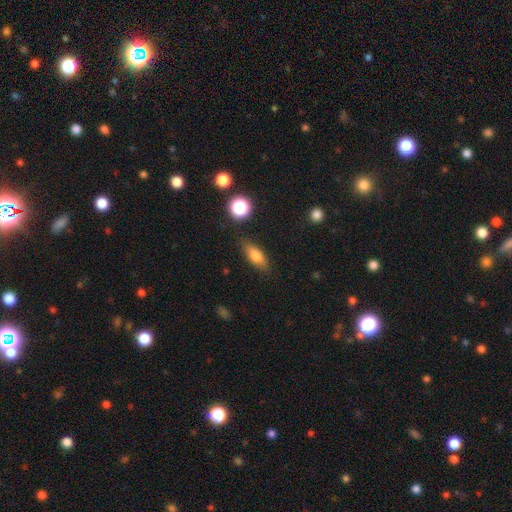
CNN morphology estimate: Smooth or featured? Predicted: smooth (p=0.74). How rounded? Predicted: in between (p=0.71). Merging? Predicted: none (p=0.82).